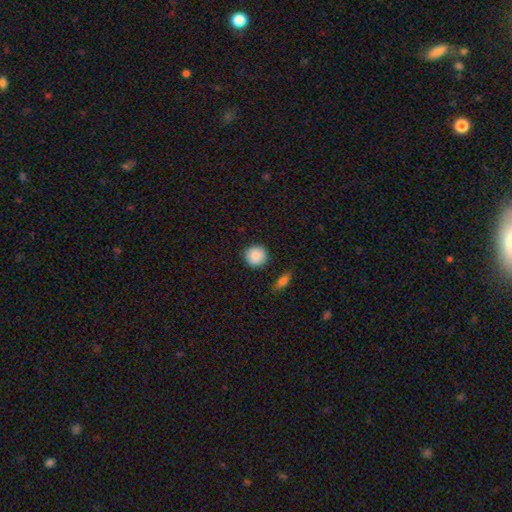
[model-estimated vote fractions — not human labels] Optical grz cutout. It shows a smooth galaxy with no disk features (88%) that is round (93%). Merging: none (88%).